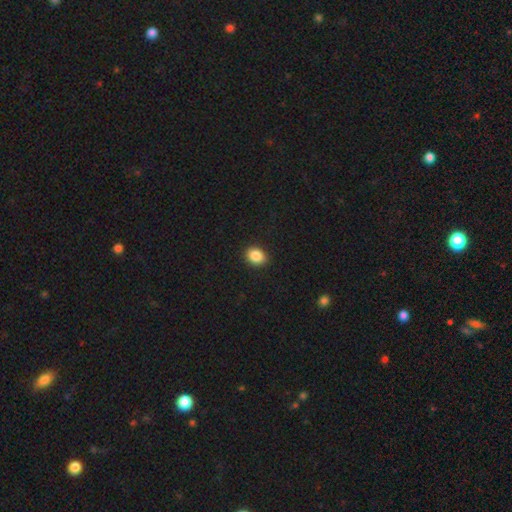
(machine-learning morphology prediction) Smooth or featured? Predicted: smooth (p=0.87). How rounded? Predicted: in between (p=0.51). Merging? Predicted: none (p=0.90).